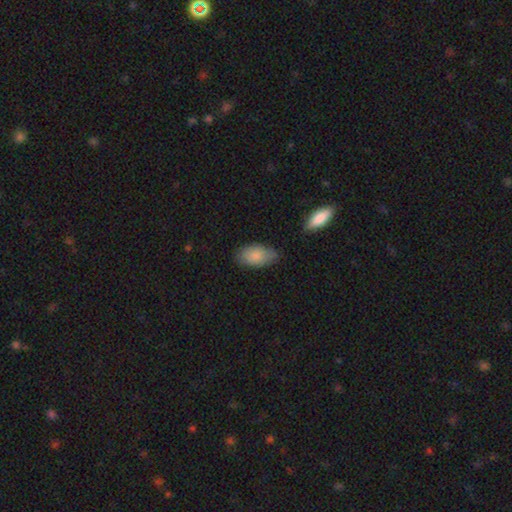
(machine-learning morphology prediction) Smooth or featured?
  - smooth: 84% *
  - featured or disk: 9%
  - star or artifact: 7%
How rounded?
  - in between: 93% *
  - round: 4%
  - cigar-shaped: 3%
Merging?
  - none: 72% *
  - minor disturbance: 22%
  - major disturbance: 4%
  - merger: 2%